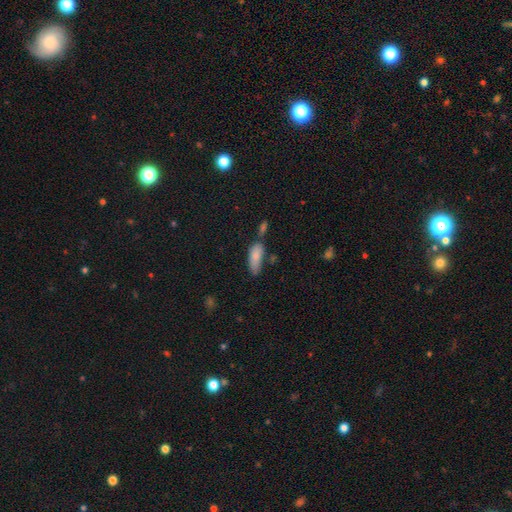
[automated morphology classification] Overall: smooth (82%). How rounded: in between (77%). Merging: none (49%; minor disturbance 24%).